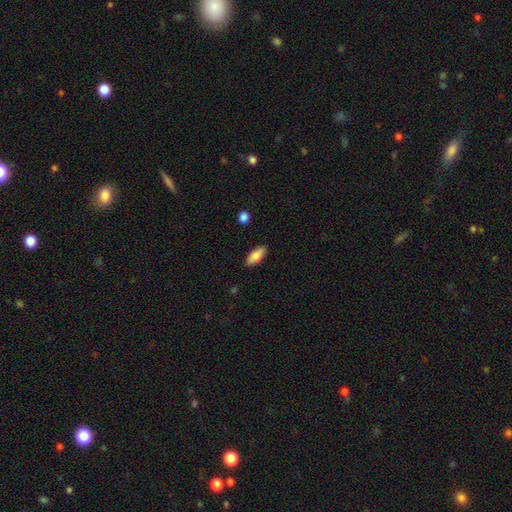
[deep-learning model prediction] Smooth or featured: smooth — 83% (featured or disk — 10%)
How rounded: in between — 76% (cigar-shaped — 22%)
Merging: none — 86% (minor disturbance — 10%)